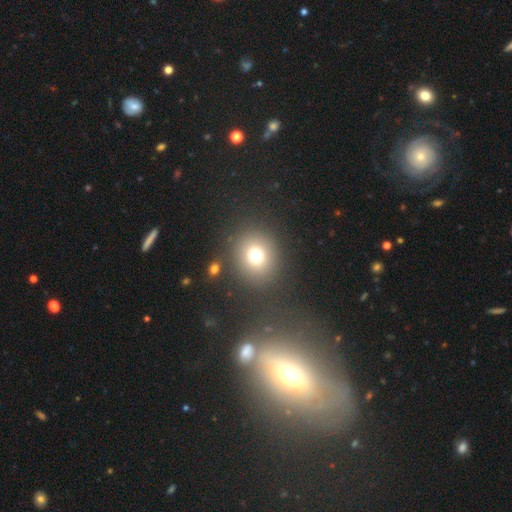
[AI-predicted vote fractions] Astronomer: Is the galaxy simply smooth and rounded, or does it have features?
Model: smooth — 73%.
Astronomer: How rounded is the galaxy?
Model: round — 83%.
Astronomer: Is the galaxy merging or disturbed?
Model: none — 82%.